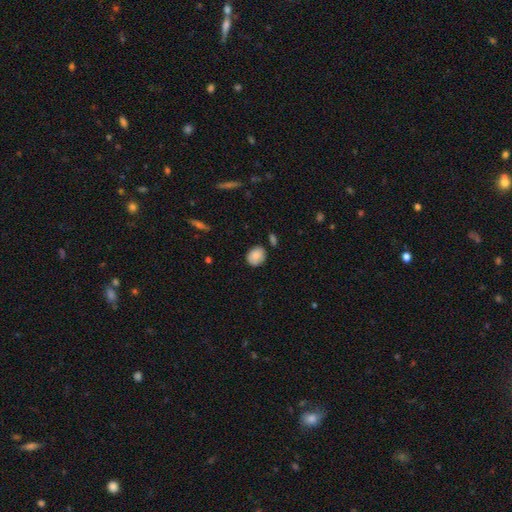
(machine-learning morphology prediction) Smooth or featured? Predicted: smooth (p=0.85). How rounded? Predicted: round (p=0.60). Merging? Predicted: none (p=0.78).